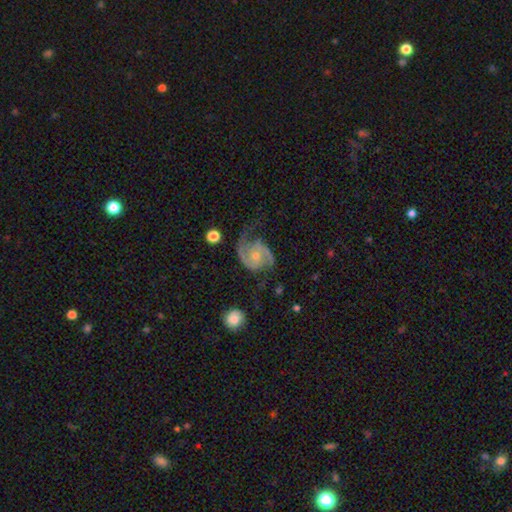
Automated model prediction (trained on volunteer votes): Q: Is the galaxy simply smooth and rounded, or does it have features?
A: featured or disk — 86%.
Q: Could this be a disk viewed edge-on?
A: no — 98%.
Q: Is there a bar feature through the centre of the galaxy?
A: no — 68%.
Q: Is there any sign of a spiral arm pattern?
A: yes — 96%.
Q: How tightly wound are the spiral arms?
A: medium — 50%.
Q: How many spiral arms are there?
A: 2 — 86%.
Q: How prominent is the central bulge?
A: small — 48%.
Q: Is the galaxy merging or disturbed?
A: none — 53%.